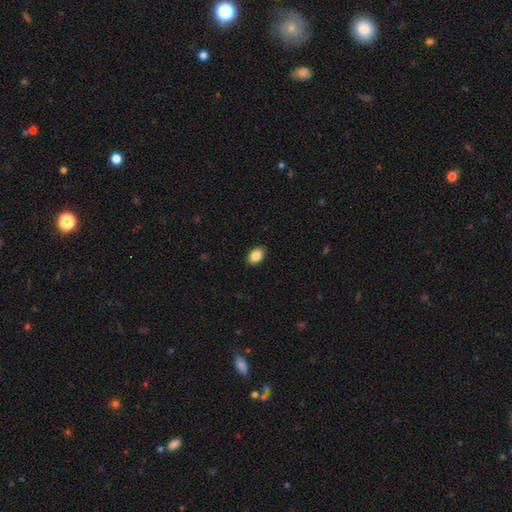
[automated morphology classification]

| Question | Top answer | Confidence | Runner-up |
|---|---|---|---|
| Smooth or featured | smooth | 87% | star or artifact (8%) |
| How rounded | in between | 80% | round (19%) |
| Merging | none | 89% | minor disturbance (8%) |